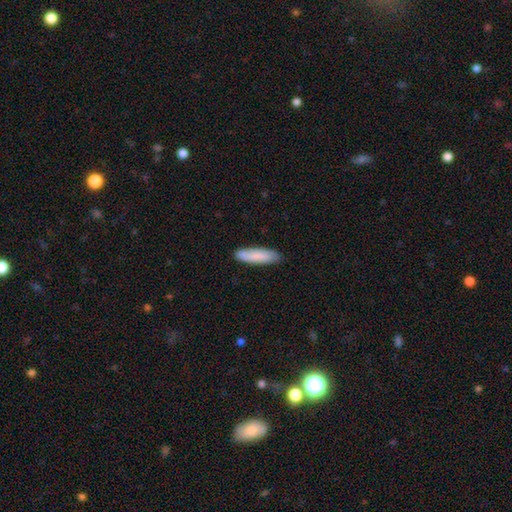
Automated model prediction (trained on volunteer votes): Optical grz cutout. It shows a smooth galaxy with no disk features (86%) that is cigar-shaped (69%). Merging: none (84%).